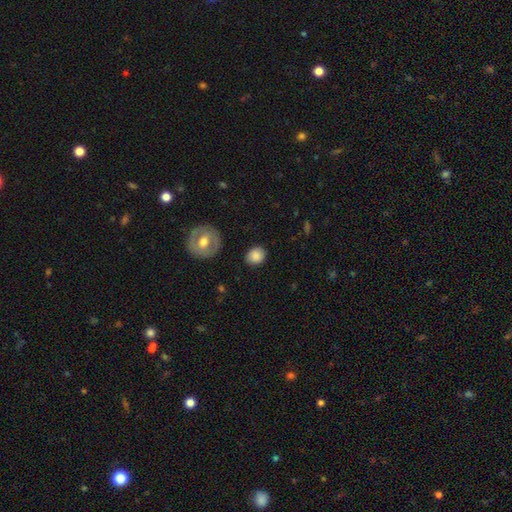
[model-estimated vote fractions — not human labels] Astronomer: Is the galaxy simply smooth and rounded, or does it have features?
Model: smooth — 85%.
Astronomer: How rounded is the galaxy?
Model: round — 74%.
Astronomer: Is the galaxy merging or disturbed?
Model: none — 86%.